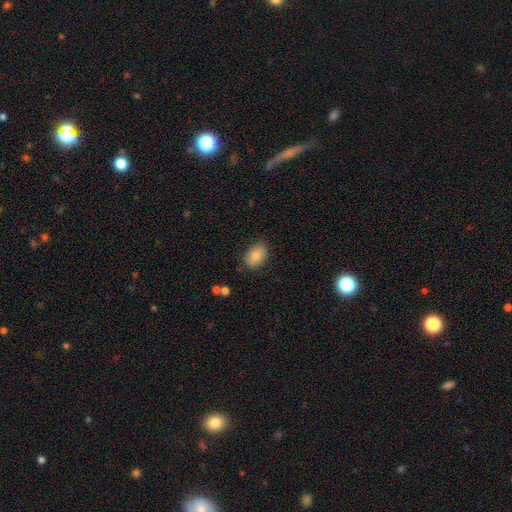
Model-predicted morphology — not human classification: Smooth or featured? Predicted: smooth (p=0.83). How rounded? Predicted: in between (p=0.80). Merging? Predicted: none (p=0.83).